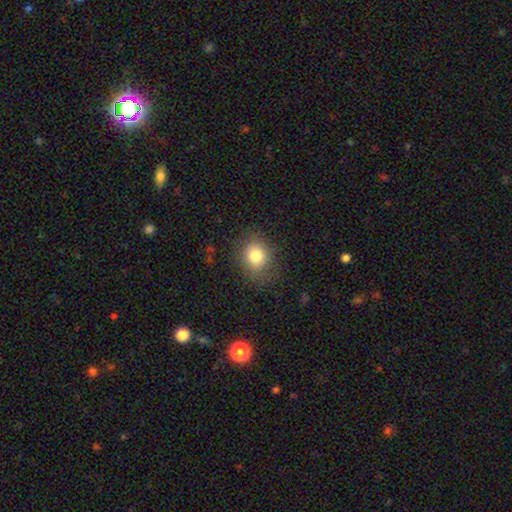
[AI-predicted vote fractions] smooth-or-featured: smooth: 80% | star or artifact: 11% | featured or disk: 8%
  how-rounded: round: 66% | in between: 34% | cigar-shaped: 1%
  merging: none: 82% | minor disturbance: 12% | major disturbance: 5% | merger: 1%